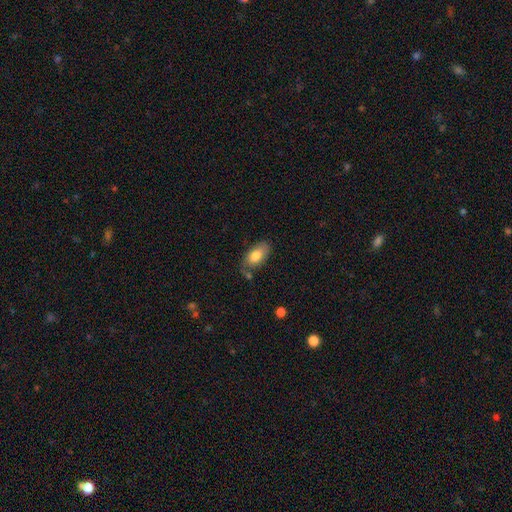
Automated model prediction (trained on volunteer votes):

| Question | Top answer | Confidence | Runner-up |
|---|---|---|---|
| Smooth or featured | smooth | 76% | featured or disk (17%) |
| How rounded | in between | 92% | round (4%) |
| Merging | none | 65% | minor disturbance (22%) |